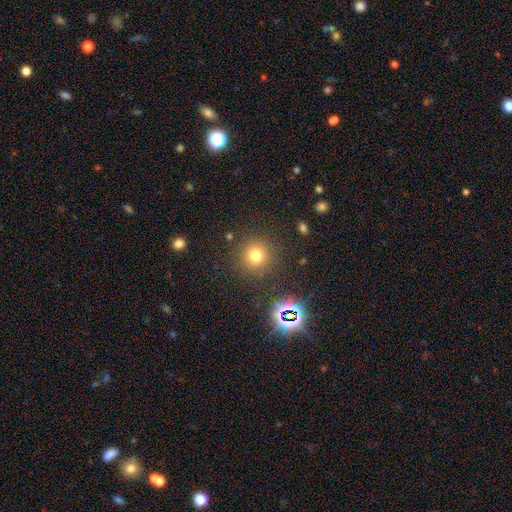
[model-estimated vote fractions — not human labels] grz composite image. It shows a smooth galaxy with no disk features (73%) that is round (94%). Merging: none (87%).